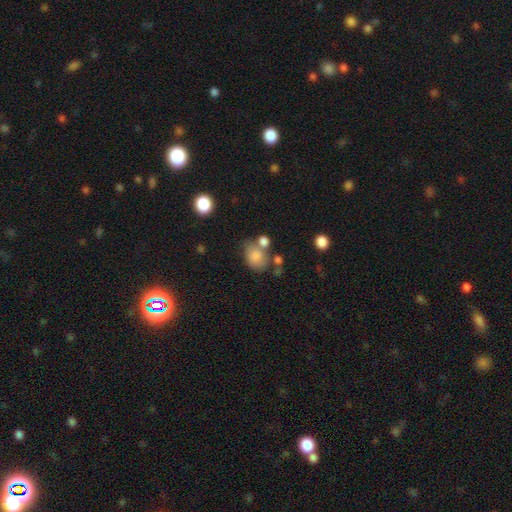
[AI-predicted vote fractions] smooth-or-featured: smooth: 82% | star or artifact: 9% | featured or disk: 9%
  how-rounded: in between: 57% | round: 42% | cigar-shaped: 1%
  merging: none: 50% | merger: 22% | minor disturbance: 19% | major disturbance: 9%